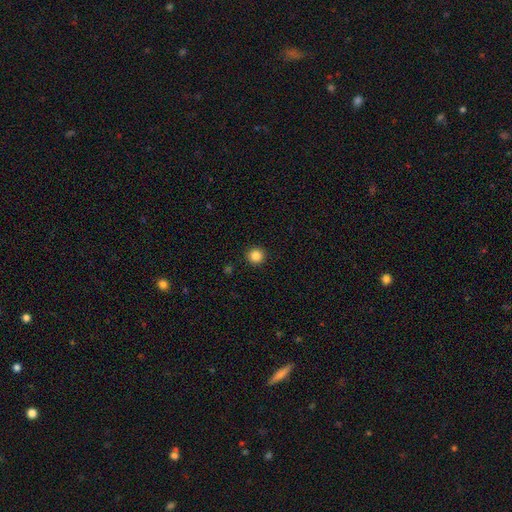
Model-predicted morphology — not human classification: A smooth galaxy with no disk features (86%) that is round (95%).

Vote fractions:
- Smooth or featured? smooth: 86% / star or artifact: 11% / featured or disk: 4%
- How rounded? round: 95% / in between: 4% / cigar-shaped: 1%
- Merging? none: 93% / minor disturbance: 5% / major disturbance: 2% / merger: 1%